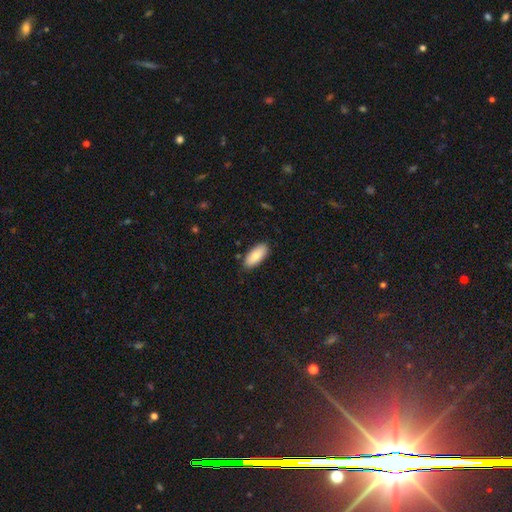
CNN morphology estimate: Smooth or featured? Predicted: smooth (p=0.84). How rounded? Predicted: in between (p=0.89). Merging? Predicted: none (p=0.85).